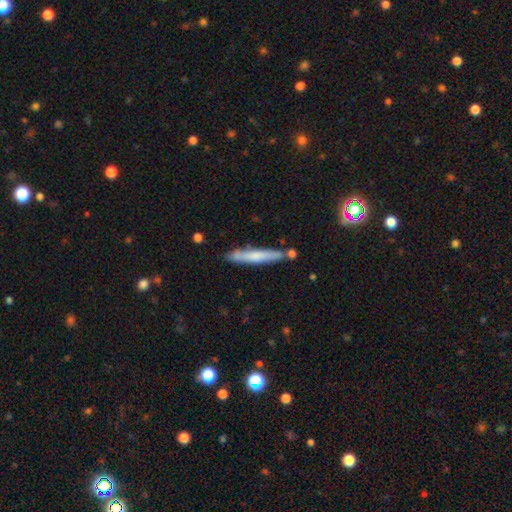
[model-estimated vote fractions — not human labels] Overall: smooth (57%; featured or disk 36%). How rounded: cigar-shaped (94%). Merging: none (78%).